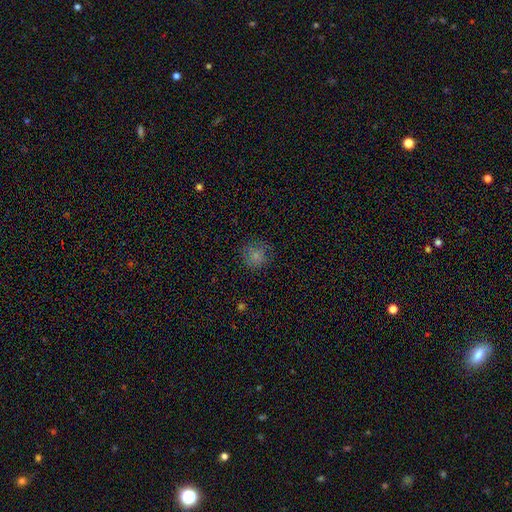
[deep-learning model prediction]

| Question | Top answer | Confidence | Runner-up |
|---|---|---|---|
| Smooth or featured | smooth | 79% | star or artifact (13%) |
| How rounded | round | 89% | in between (10%) |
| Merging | none | 76% | minor disturbance (17%) |